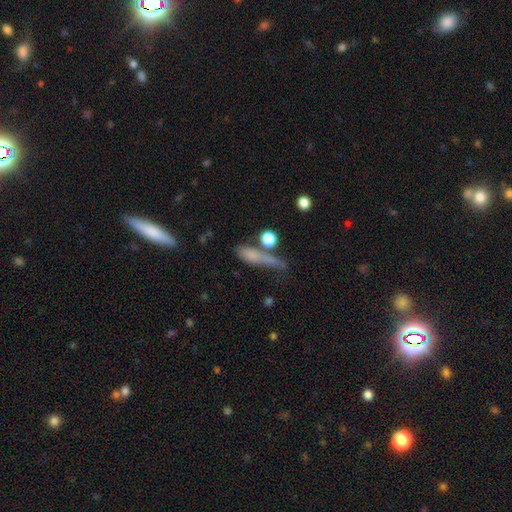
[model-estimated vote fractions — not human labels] Smooth or featured?
  - smooth: 63% *
  - featured or disk: 22%
  - star or artifact: 15%
How rounded?
  - cigar-shaped: 55% *
  - in between: 30%
  - round: 15%
Merging?
  - none: 42% *
  - minor disturbance: 21%
  - major disturbance: 18%
  - merger: 18%